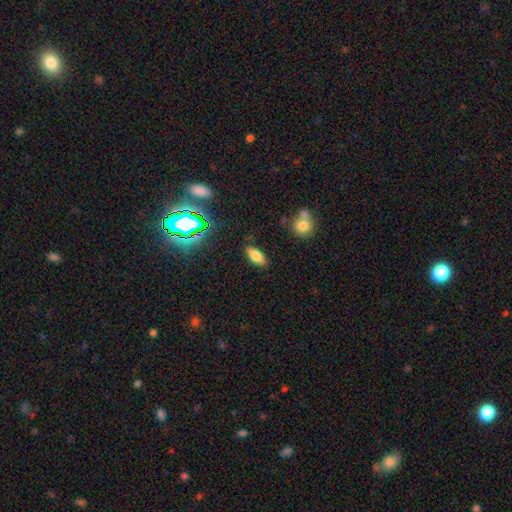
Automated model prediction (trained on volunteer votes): The model was most divided on "smooth or featured": smooth: 73%, featured or disk: 14%, star or artifact: 13%. More confident: merging — none (84%); how rounded — in between (81%).